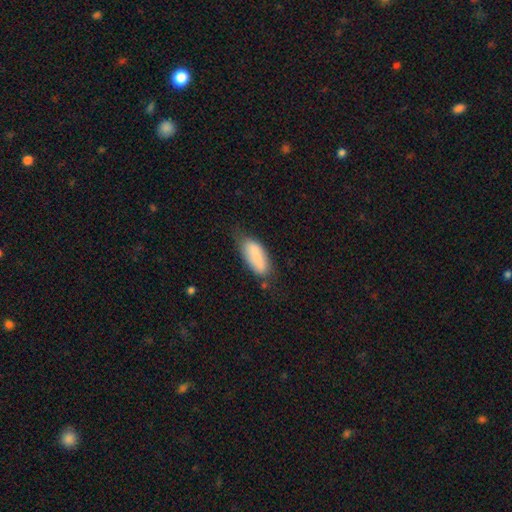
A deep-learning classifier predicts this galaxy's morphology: smooth-or-featured: smooth: 82% | featured or disk: 12% | star or artifact: 7%
  how-rounded: in between: 79% | cigar-shaped: 19% | round: 2%
  merging: none: 53% | minor disturbance: 34% | major disturbance: 10% | merger: 3%